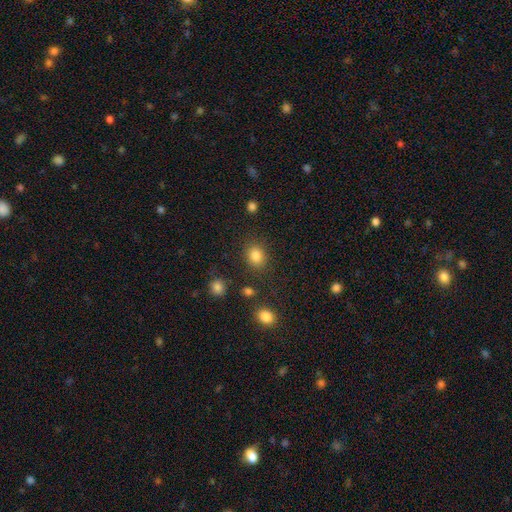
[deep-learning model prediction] Morphology: type=smooth (84%); roundness=round (58%); merging=none (83%).